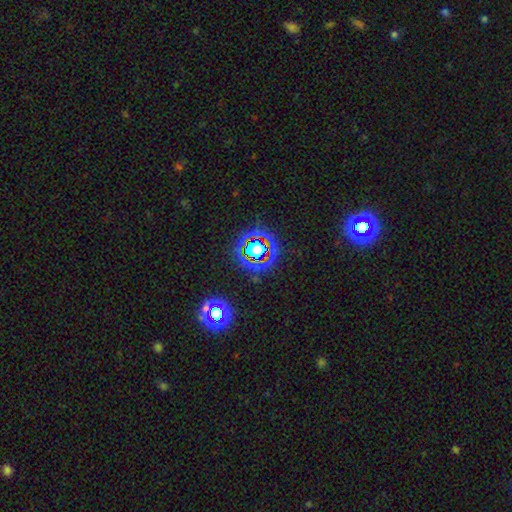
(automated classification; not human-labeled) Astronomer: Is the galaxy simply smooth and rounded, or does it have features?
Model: star or artifact — 75%.